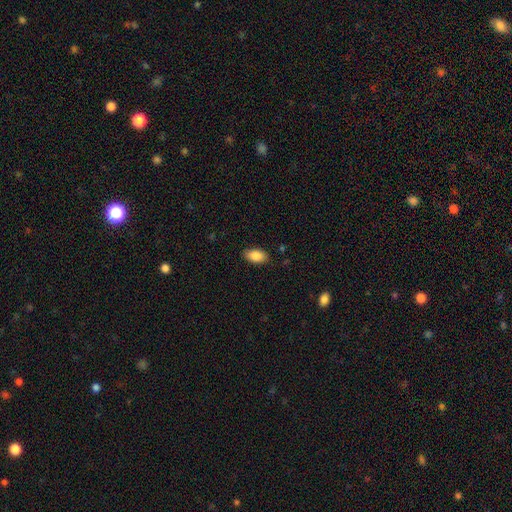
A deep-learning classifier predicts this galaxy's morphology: Smooth or featured? Predicted: smooth (p=0.88). How rounded? Predicted: in between (p=0.93). Merging? Predicted: none (p=0.86).